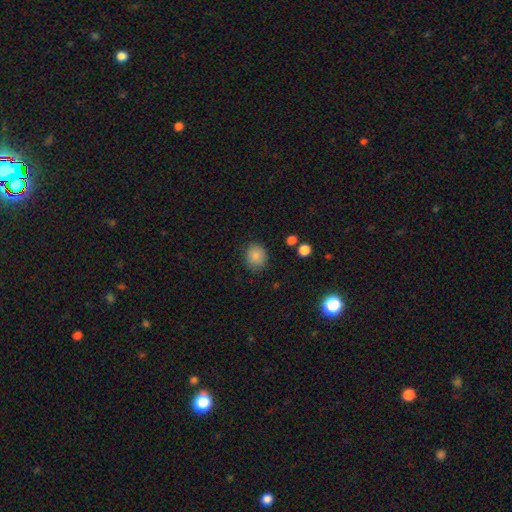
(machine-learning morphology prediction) A smooth galaxy with no disk features (86%) that is round (72%). Merging: none (84%).